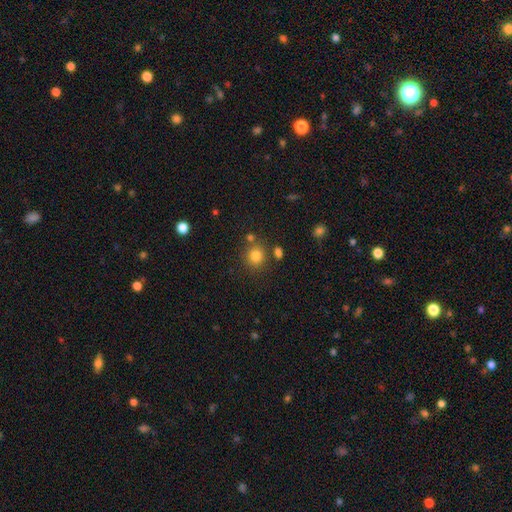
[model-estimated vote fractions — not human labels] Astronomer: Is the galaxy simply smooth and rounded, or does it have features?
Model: smooth — 82%.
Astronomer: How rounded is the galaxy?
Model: round — 84%.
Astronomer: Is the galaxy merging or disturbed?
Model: none — 76%.